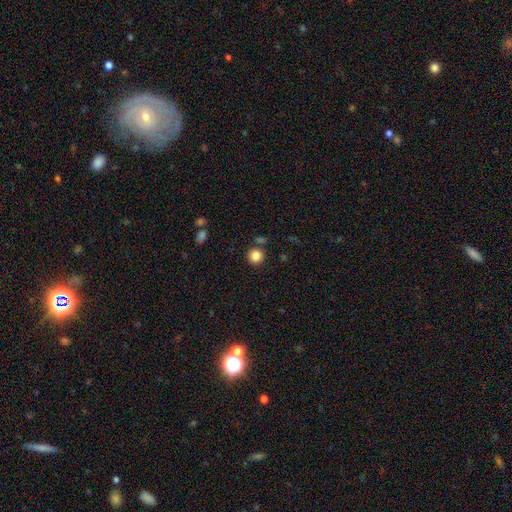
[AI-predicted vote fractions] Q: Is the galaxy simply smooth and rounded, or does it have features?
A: smooth — 83%.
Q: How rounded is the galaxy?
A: round — 92%.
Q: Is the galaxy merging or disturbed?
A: none — 84%.